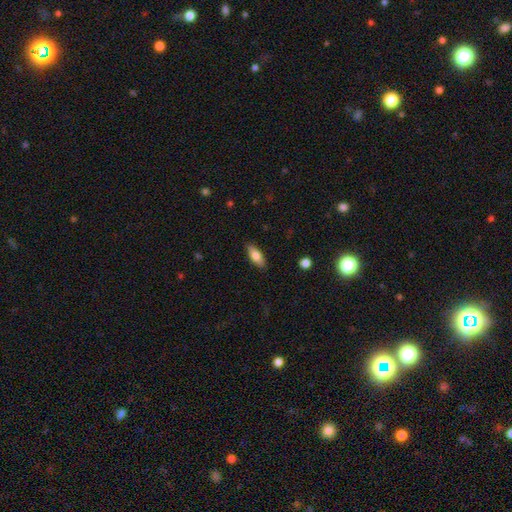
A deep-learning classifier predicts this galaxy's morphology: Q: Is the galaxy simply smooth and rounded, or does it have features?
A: smooth — 78%.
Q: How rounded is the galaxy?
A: in between — 76%.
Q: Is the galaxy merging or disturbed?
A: none — 87%.